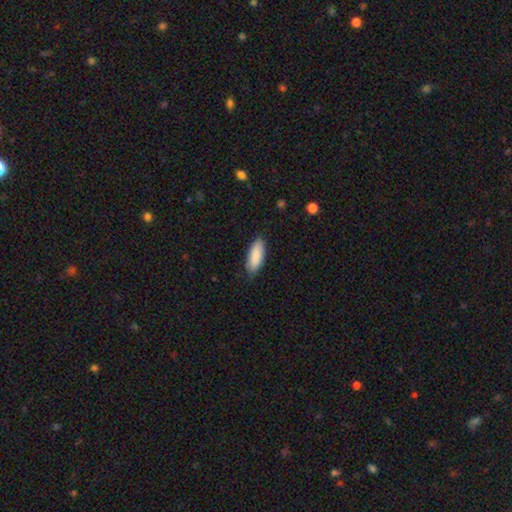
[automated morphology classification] smooth_or_featured: smooth (p=0.89) [alt: featured or disk p=0.06]
how_rounded: in between (p=0.75) [alt: cigar-shaped p=0.23]
merging: none (p=0.81) [alt: minor disturbance p=0.16]